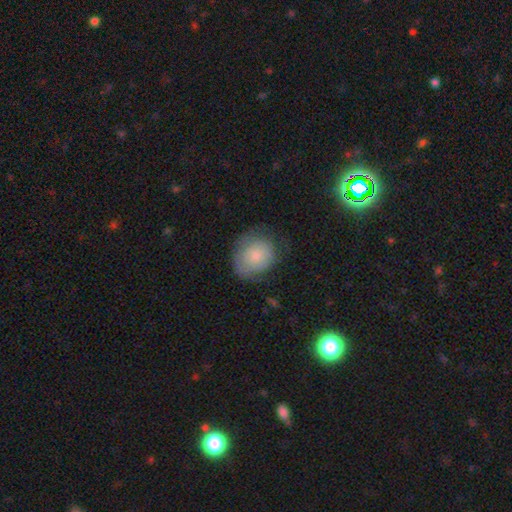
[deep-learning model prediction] A smooth galaxy with no disk features (71%) that is round (72%). Merging: none (60%).